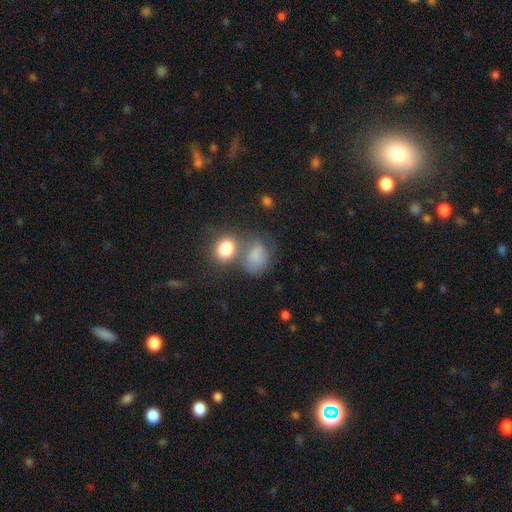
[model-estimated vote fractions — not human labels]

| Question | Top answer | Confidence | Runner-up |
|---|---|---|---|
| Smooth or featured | smooth | 76% | featured or disk (13%) |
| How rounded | in between | 55% | round (44%) |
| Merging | merger | 39% | none (32%) |